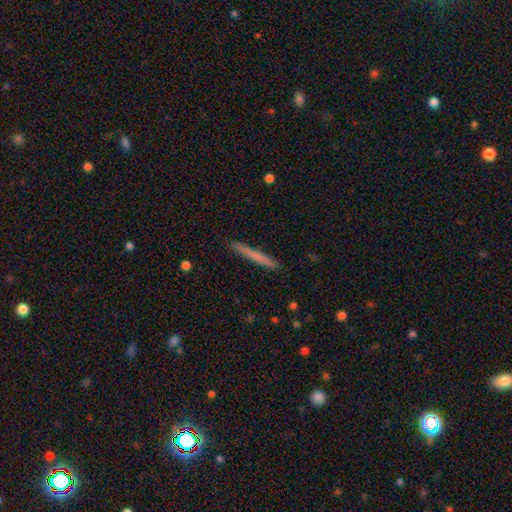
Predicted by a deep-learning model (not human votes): This appears to be a smooth galaxy with no disk features (66%) that is cigar-shaped (97%). Merging: none (92%).